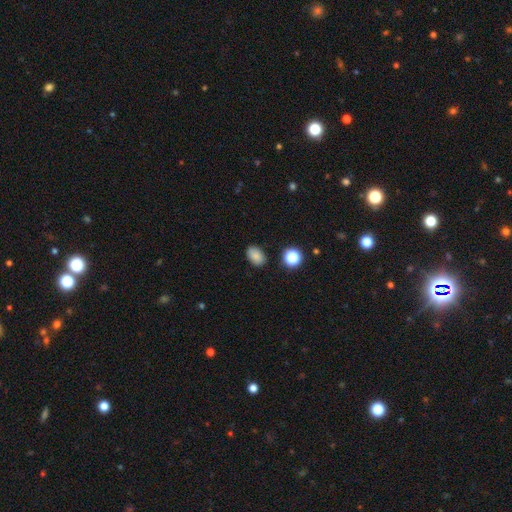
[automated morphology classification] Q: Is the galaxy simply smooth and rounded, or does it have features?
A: smooth — 84%.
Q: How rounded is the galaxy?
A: in between — 82%.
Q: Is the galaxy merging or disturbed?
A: none — 86%.